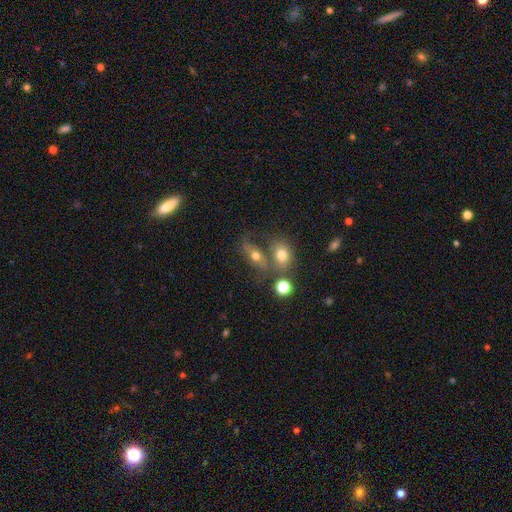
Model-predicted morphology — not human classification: Smooth or featured?
  - smooth: 62% *
  - featured or disk: 23%
  - star or artifact: 14%
How rounded?
  - in between: 67% *
  - round: 28%
  - cigar-shaped: 5%
Merging?
  - none: 40% *
  - merger: 35%
  - minor disturbance: 14%
  - major disturbance: 11%